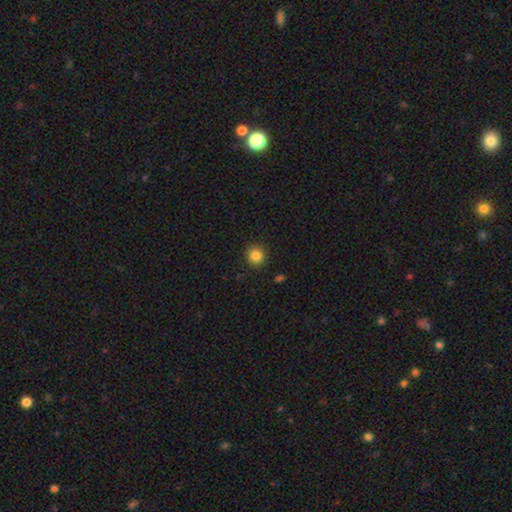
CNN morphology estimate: This is clearly a smooth galaxy (85%). How rounded: clearly round (93%). Merging: clearly none (91%).